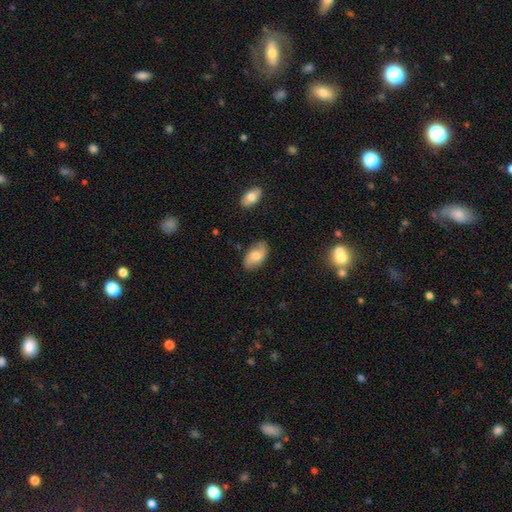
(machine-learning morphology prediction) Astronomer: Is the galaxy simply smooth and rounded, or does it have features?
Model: smooth — 57% (runner-up: featured or disk, 36%).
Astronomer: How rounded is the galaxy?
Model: in between — 93%.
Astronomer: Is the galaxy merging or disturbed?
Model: none — 76%.